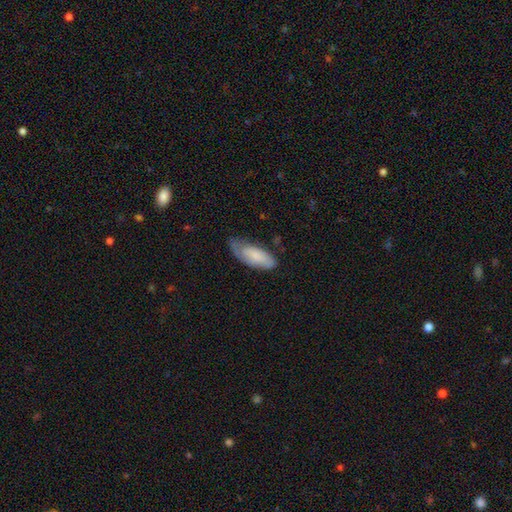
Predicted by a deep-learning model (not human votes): smooth_or_featured: smooth (p=0.69) [alt: featured or disk p=0.25]
how_rounded: in between (p=0.80) [alt: cigar-shaped p=0.19]
merging: none (p=0.47) [alt: minor disturbance p=0.38]